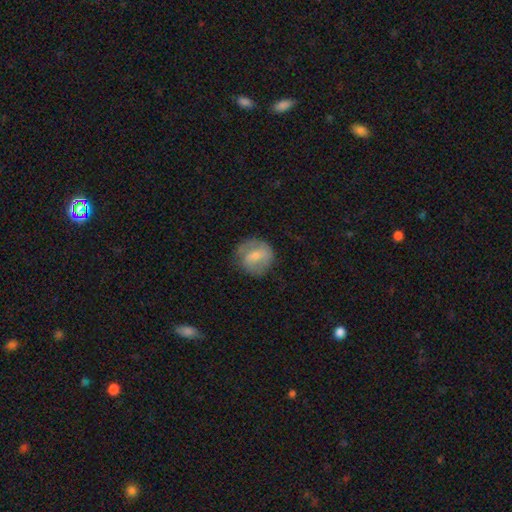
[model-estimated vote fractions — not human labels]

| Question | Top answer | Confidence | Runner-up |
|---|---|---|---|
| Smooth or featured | smooth | 55% | featured or disk (38%) |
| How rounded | round | 81% | in between (18%) |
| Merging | none | 65% | minor disturbance (22%) |